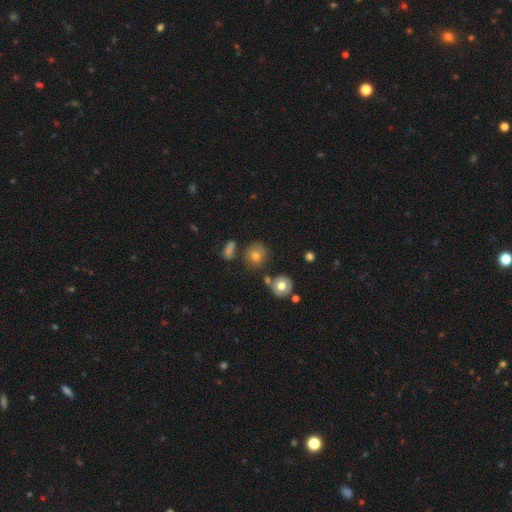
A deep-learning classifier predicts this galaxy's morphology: Smooth or featured: smooth — 73% (featured or disk — 14%)
How rounded: round — 81% (in between — 17%)
Merging: none — 72% (minor disturbance — 14%)